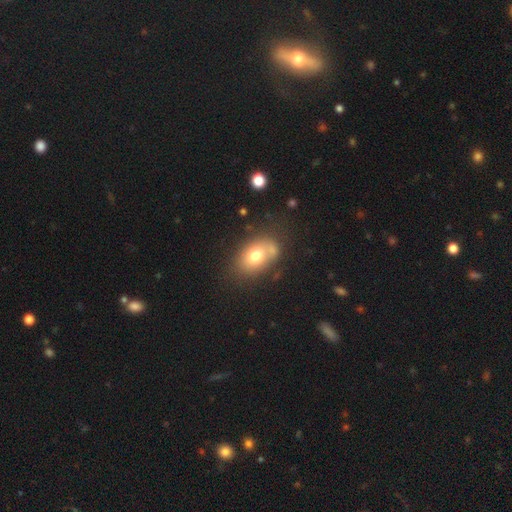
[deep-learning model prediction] Smooth or featured? Predicted: smooth (p=0.71). How rounded? Predicted: in between (p=0.79). Merging? Predicted: none (p=0.59).